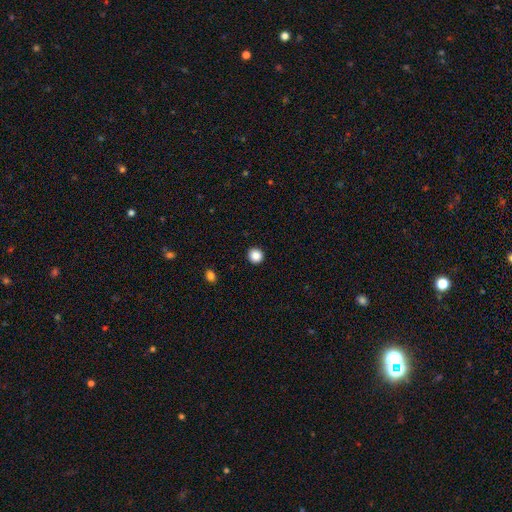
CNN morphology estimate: Overall: smooth (87%). How rounded: round (95%). Merging: none (93%).